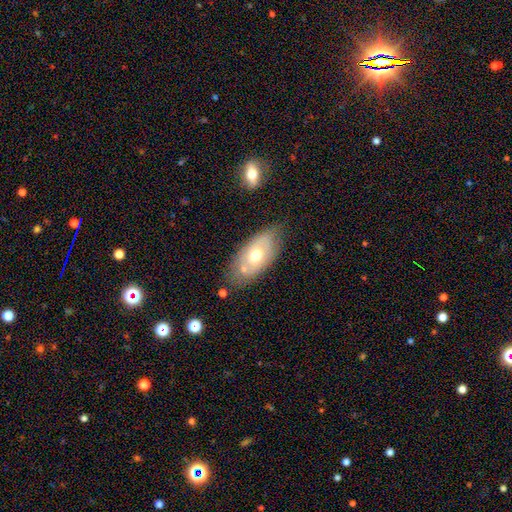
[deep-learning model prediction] Smooth or featured?
  - smooth: 53% *
  - featured or disk: 40%
  - star or artifact: 7%
How rounded?
  - in between: 89% *
  - round: 5%
  - cigar-shaped: 5%
Merging?
  - none: 68% *
  - minor disturbance: 20%
  - merger: 7%
  - major disturbance: 6%